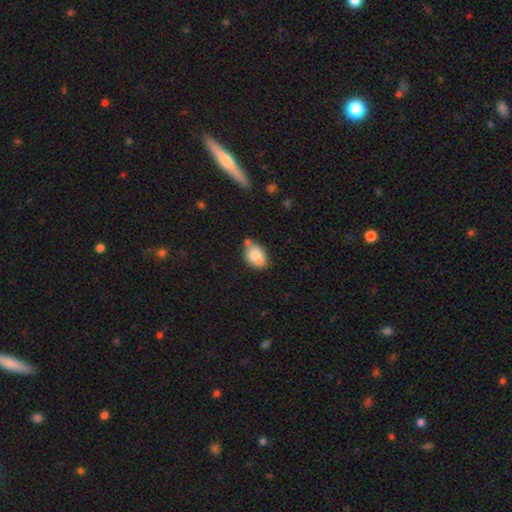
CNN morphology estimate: Smooth or featured?
  - smooth: 81% *
  - featured or disk: 11%
  - star or artifact: 8%
How rounded?
  - in between: 80% *
  - round: 18%
  - cigar-shaped: 1%
Merging?
  - none: 61% *
  - minor disturbance: 22%
  - merger: 13%
  - major disturbance: 4%